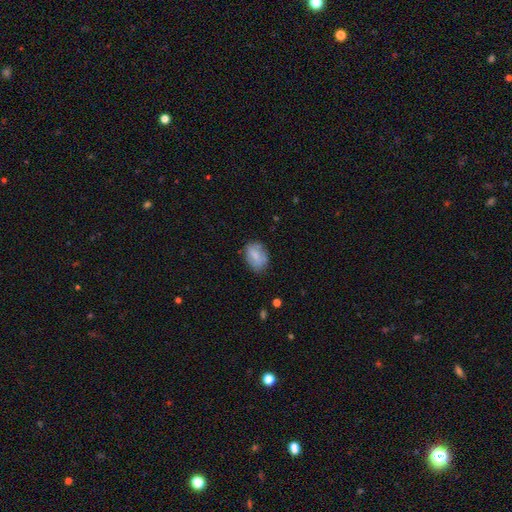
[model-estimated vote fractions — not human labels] Morphology: type=smooth (76%); roundness=in between (82%); merging=none (71%).